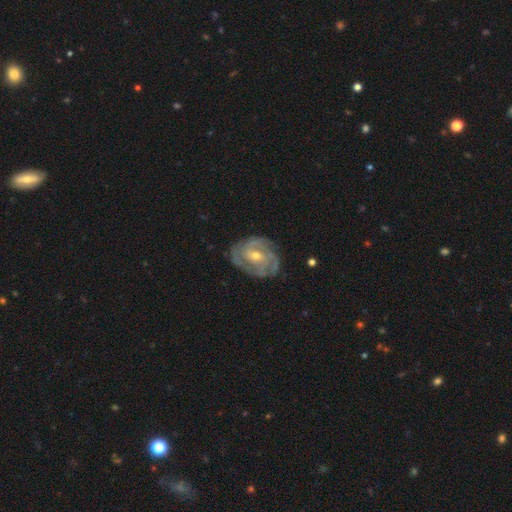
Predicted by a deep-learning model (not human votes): This appears to be a featured or disk galaxy (87%) with no bar (50%), 3 (33%) tight (67%) spiral arms (96%) and a moderate central bulge (52%). Merging: none (75%).